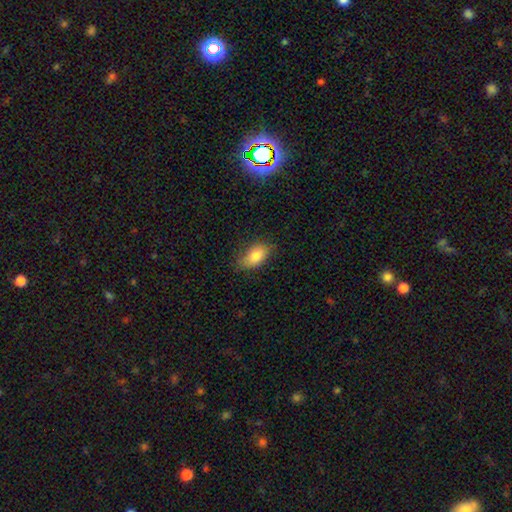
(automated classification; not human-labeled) Smooth or featured: smooth — 82% (featured or disk — 10%)
How rounded: in between — 91% (round — 6%)
Merging: none — 72% (minor disturbance — 22%)